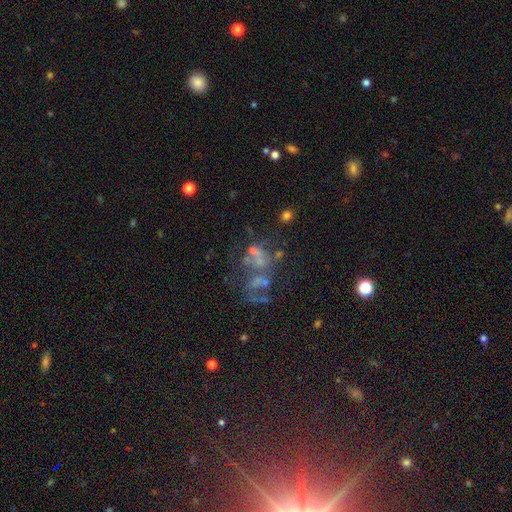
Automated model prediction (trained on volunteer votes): smooth_or_featured: featured or disk (p=0.55) [alt: star or artifact p=0.25]
disk_edge_on: no (p=0.97) [alt: yes p=0.03]
bar: no (p=0.88) [alt: weak p=0.09]
has_spiral_arms: no (p=0.87) [alt: yes p=0.13]
bulge_size: none (p=0.68) [alt: small p=0.16]
merging: none (p=0.31) [alt: merger p=0.28]